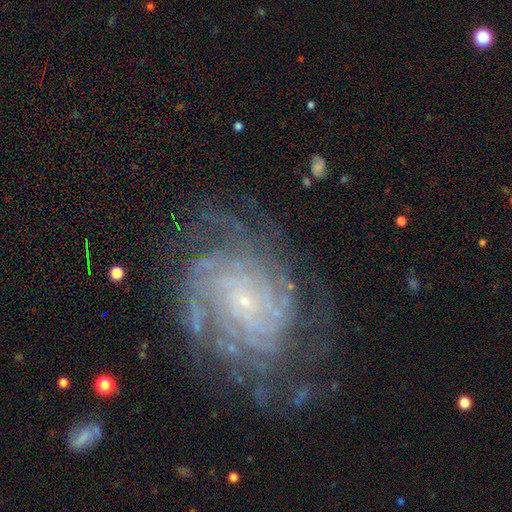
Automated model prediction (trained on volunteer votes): Morphology: type=featured or disk (87%); edge-on=no (97%); bar=no (65%); spiral arms=yes (97%); winding=tight (74%); arm count=can't tell (29%); bulge=small (86%); merging=none (72%).